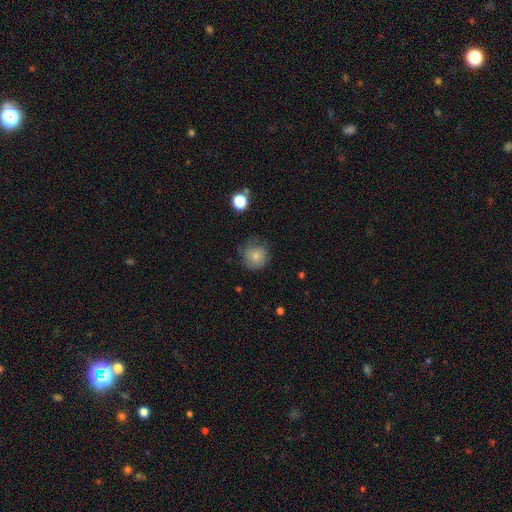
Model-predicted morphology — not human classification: Smooth or featured? Predicted: smooth (p=0.78). How rounded? Predicted: round (p=0.87). Merging? Predicted: none (p=0.62).